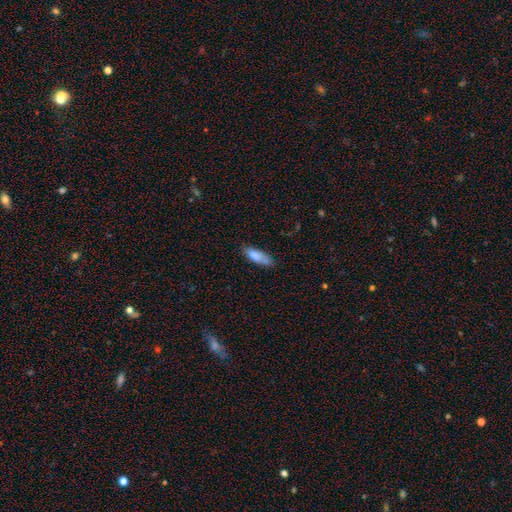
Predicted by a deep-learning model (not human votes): A smooth galaxy with no disk features (80%) that is in between round and cigar-shaped (57%).

Vote fractions:
- Smooth or featured? smooth: 80% / featured or disk: 13% / star or artifact: 7%
- How rounded? in between: 57% / cigar-shaped: 41% / round: 2%
- Merging? none: 65% / minor disturbance: 26% / major disturbance: 5% / merger: 4%